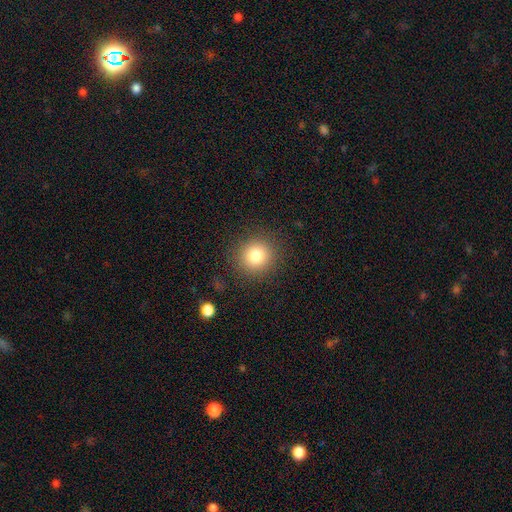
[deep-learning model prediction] Overall: smooth (80%). How rounded: round (92%). Merging: none (89%).